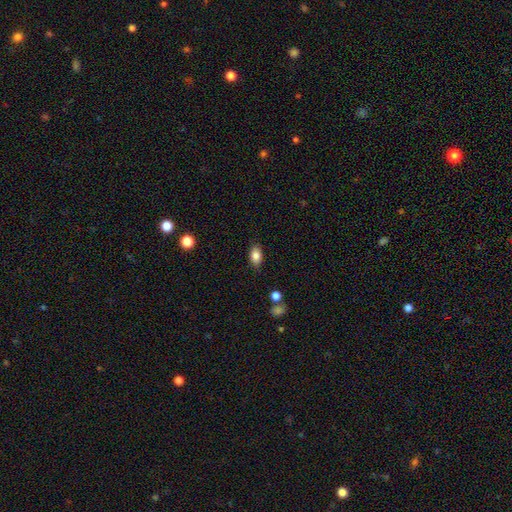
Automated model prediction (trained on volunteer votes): Smooth or featured? smooth (84%)
How rounded? in between (89%)
Merging? none (85%)